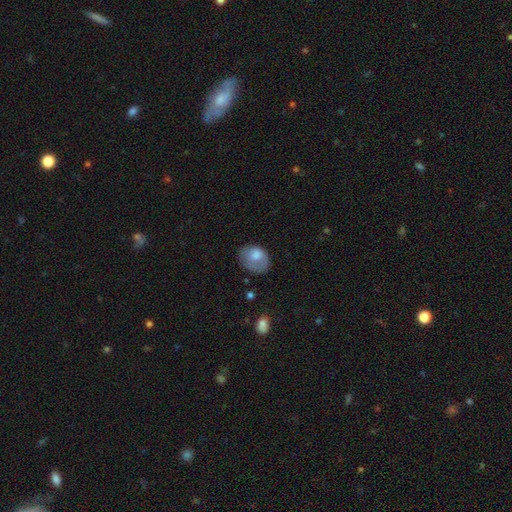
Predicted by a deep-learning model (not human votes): Smooth or featured?
  - smooth: 68% *
  - featured or disk: 25%
  - star or artifact: 8%
How rounded?
  - in between: 56% *
  - round: 43%
  - cigar-shaped: 1%
Merging?
  - none: 49% *
  - minor disturbance: 30%
  - major disturbance: 19%
  - merger: 2%